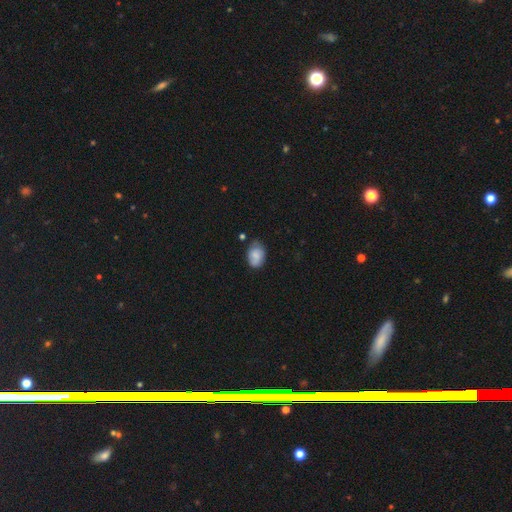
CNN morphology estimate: smooth-or-featured: smooth: 80% | featured or disk: 12% | star or artifact: 8%
  how-rounded: in between: 81% | round: 18% | cigar-shaped: 1%
  merging: none: 62% | minor disturbance: 29% | major disturbance: 5% | merger: 3%